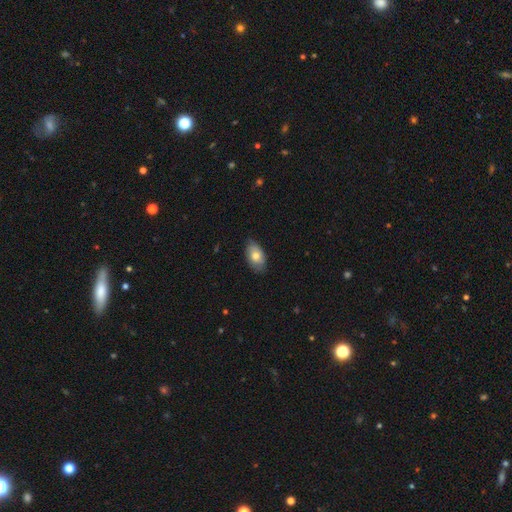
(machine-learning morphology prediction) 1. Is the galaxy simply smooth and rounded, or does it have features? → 75% smooth, 18% featured or disk, 7% star or artifact.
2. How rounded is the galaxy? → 92% in between, 6% round, 2% cigar-shaped.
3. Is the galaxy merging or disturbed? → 80% none, 17% minor disturbance, 2% major disturbance, 1% merger.